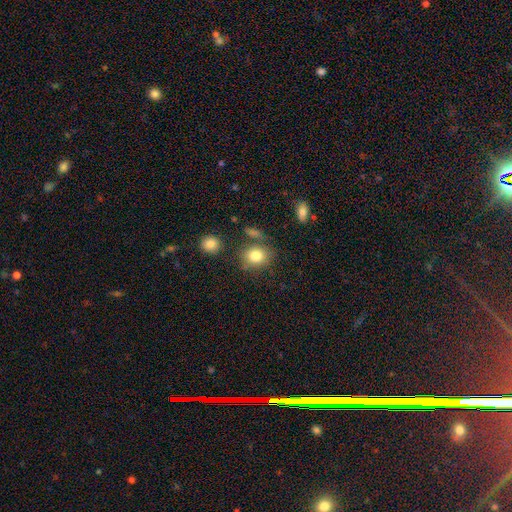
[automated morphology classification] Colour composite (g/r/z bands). It shows a smooth galaxy with no disk features (81%) that is round (61%). Merging: none (73%).